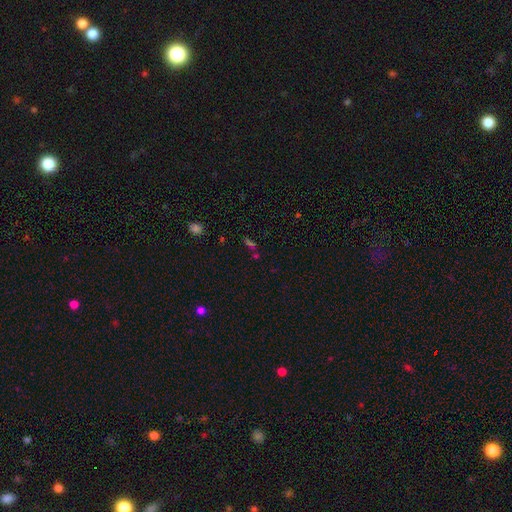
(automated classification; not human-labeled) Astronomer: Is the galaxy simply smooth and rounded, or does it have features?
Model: star or artifact — 48% (runner-up: smooth, 40%).